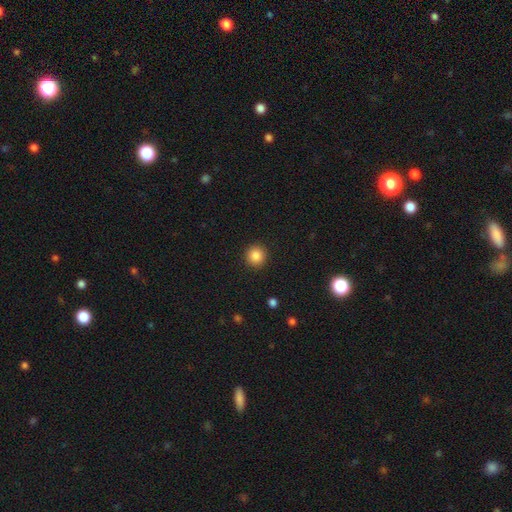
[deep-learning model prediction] The model was most divided on "smooth or featured": smooth: 86%, star or artifact: 10%, featured or disk: 4%. More confident: how rounded — round (94%); merging — none (92%).